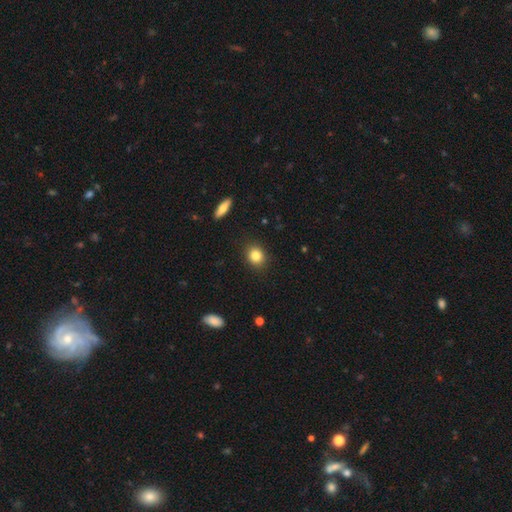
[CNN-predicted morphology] smooth_or_featured: smooth (p=0.84) [alt: star or artifact p=0.10]
how_rounded: round (p=0.71) [alt: in between p=0.28]
merging: none (p=0.89) [alt: minor disturbance p=0.08]